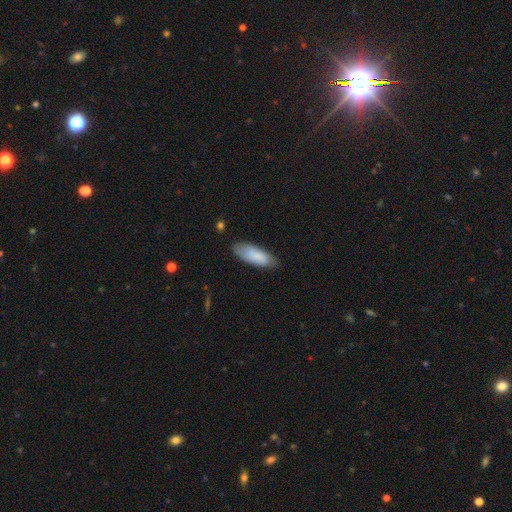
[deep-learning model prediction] Smooth or featured: smooth — 80% (featured or disk — 14%)
How rounded: in between — 72% (cigar-shaped — 26%)
Merging: none — 74% (minor disturbance — 21%)